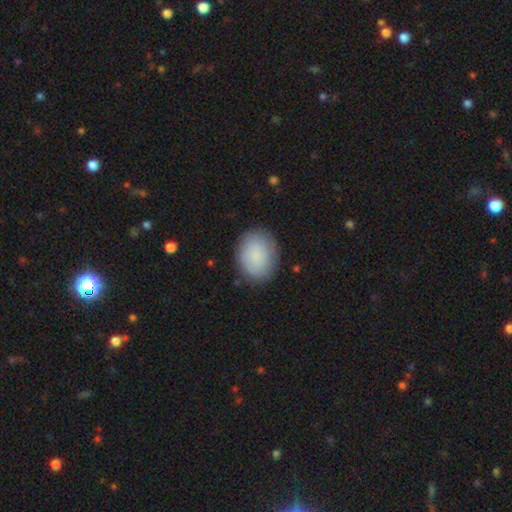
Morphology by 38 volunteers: Smooth or featured: smooth — 95% (featured or disk — 5%)
How rounded: in between — 61% (round — 39%)
Merging: none — 76% (minor disturbance — 16%)